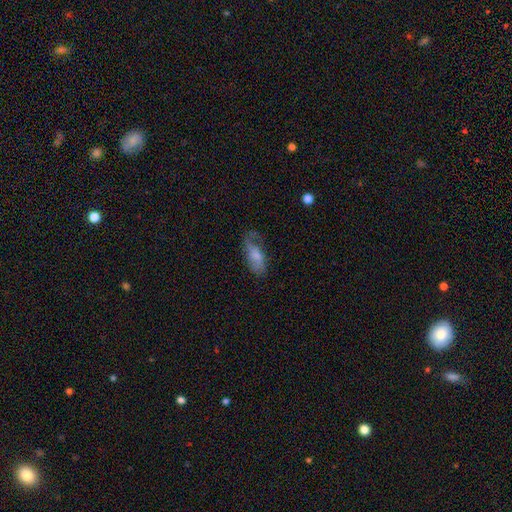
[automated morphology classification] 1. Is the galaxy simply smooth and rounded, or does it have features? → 58% smooth, 35% featured or disk, 7% star or artifact.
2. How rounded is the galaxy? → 85% in between, 12% cigar-shaped, 3% round.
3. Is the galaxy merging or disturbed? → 43% none, 29% minor disturbance, 26% major disturbance, 3% merger.